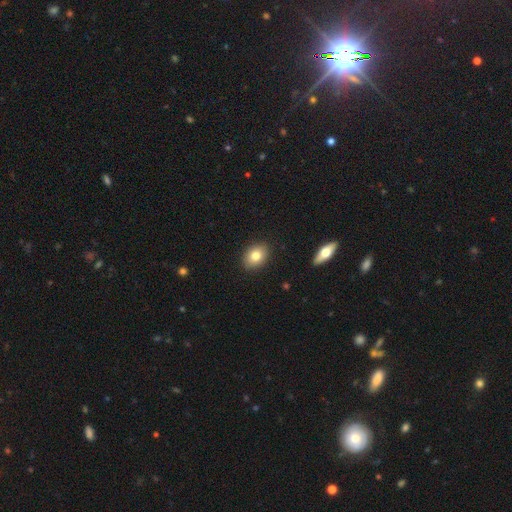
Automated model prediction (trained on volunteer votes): Overall: smooth (80%). How rounded: in between (72%). Merging: none (89%).